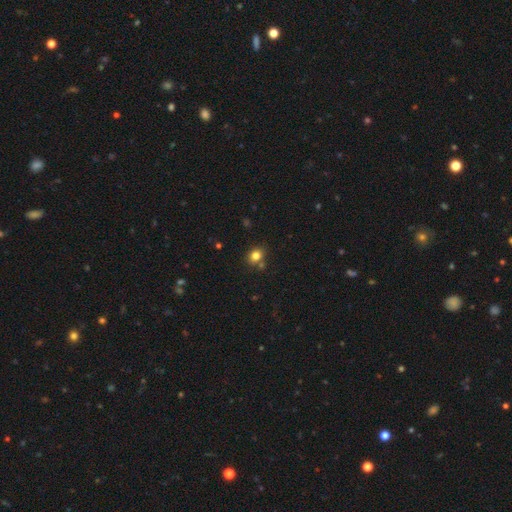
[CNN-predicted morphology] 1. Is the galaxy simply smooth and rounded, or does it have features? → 80% smooth, 13% star or artifact, 7% featured or disk.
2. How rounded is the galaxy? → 69% round, 30% in between, 1% cigar-shaped.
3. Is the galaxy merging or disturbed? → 74% none, 12% minor disturbance, 11% merger, 3% major disturbance.